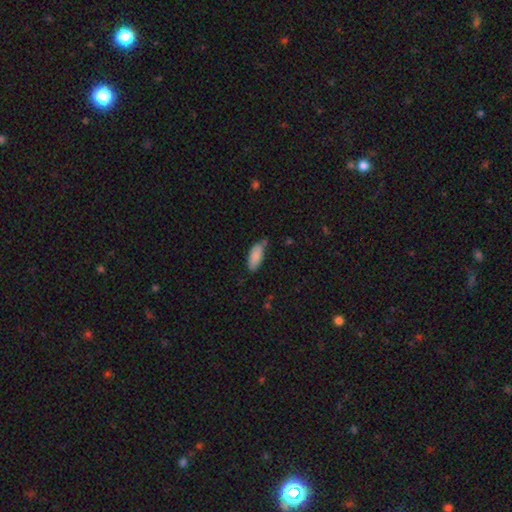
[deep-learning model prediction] The model was most divided on "merging": none: 65%, minor disturbance: 25%, merger: 5%, major disturbance: 5%. More confident: smooth or featured — smooth (87%); how rounded — in between (81%).